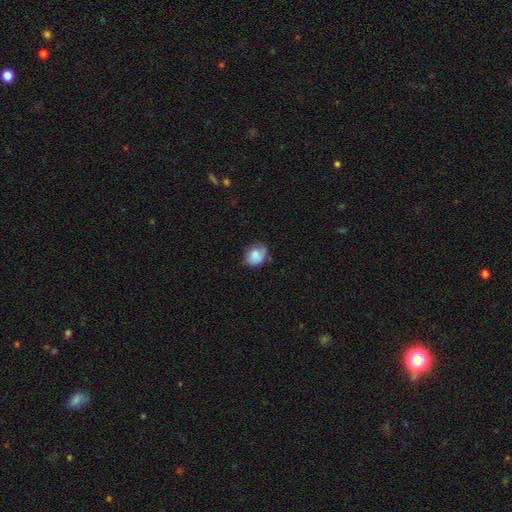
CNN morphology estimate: smooth_or_featured: smooth (p=0.82) [alt: featured or disk p=0.10]
how_rounded: round (p=0.52) [alt: in between p=0.47]
merging: none (p=0.66) [alt: minor disturbance p=0.27]